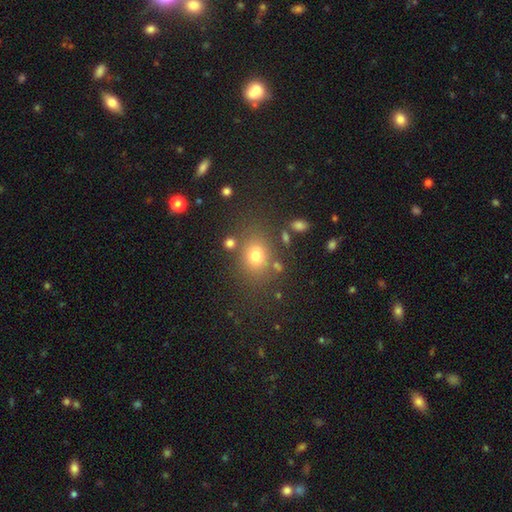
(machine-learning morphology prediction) Smooth or featured?
  - smooth: 73% *
  - star or artifact: 17%
  - featured or disk: 10%
How rounded?
  - round: 56% *
  - in between: 43%
  - cigar-shaped: 1%
Merging?
  - none: 76% *
  - minor disturbance: 12%
  - merger: 7%
  - major disturbance: 6%